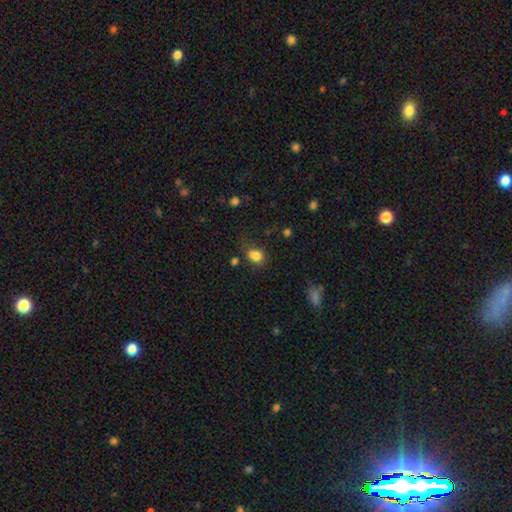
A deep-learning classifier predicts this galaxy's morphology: This is clearly a smooth galaxy (82%). How rounded: possibly in between (54%). Merging: possibly none (58%).